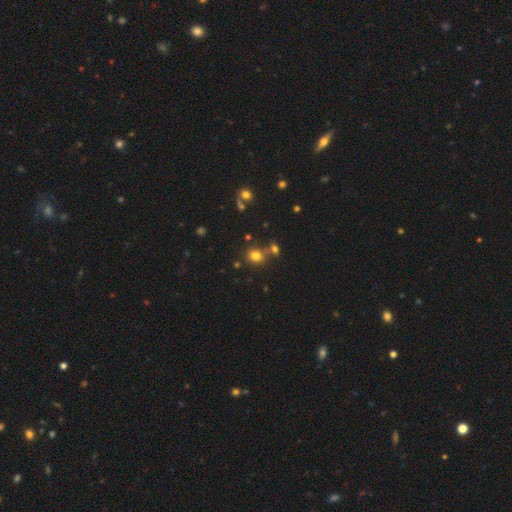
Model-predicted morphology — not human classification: Smooth or featured: smooth — 76% (star or artifact — 16%)
How rounded: round — 72% (in between — 27%)
Merging: none — 67% (merger — 18%)